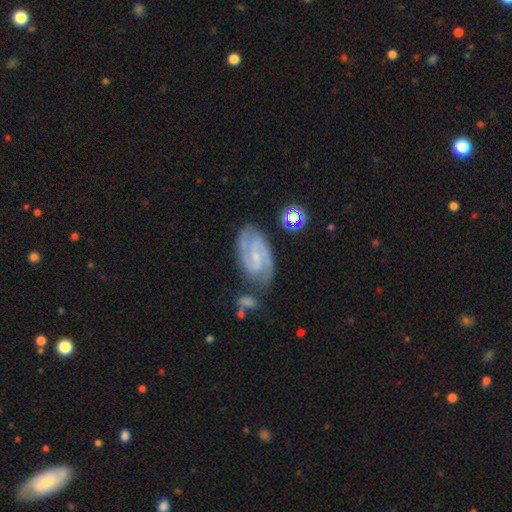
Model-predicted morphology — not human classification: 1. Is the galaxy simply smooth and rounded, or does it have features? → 87% featured or disk, 8% smooth, 6% star or artifact.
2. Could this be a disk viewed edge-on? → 97% no, 3% yes.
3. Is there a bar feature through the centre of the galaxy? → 51% weak, 31% no, 18% strong.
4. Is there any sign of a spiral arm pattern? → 98% yes, 2% no.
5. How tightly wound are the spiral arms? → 46% tight, 44% medium, 10% loose.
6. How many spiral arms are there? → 81% 2, 8% 3, 6% can't tell, 2% 4, 2% 1, 2% more than 4.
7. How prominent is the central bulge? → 72% small, 14% moderate, 13% none, 1% large, 1% dominant.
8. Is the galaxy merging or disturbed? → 71% none, 17% minor disturbance, 7% merger, 5% major disturbance.